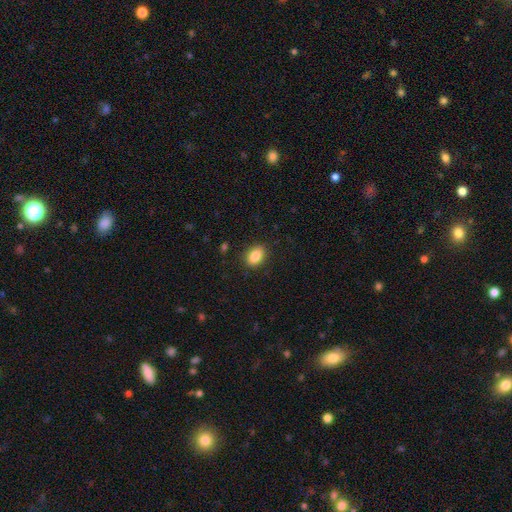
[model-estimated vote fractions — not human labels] smooth 87%, star or artifact 8%, featured or disk 5%. Down the decision tree: how rounded — in between (84%); merging — none (87%).